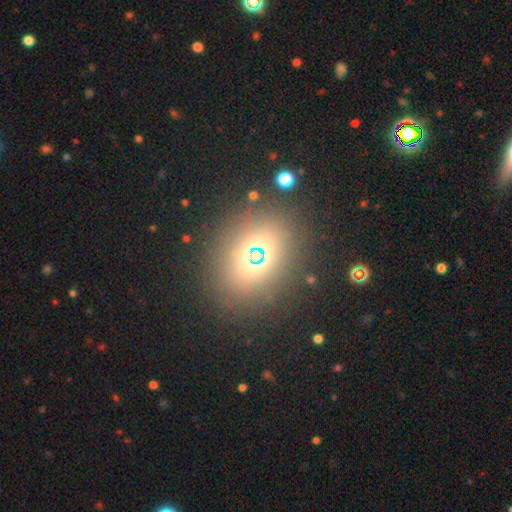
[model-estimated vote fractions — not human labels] Smooth or featured? Predicted: star or artifact (p=0.43).